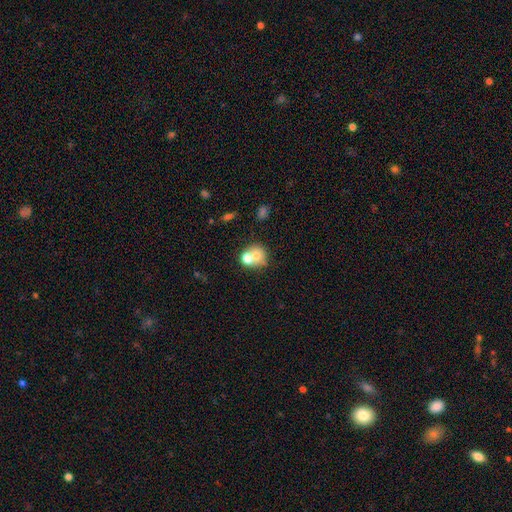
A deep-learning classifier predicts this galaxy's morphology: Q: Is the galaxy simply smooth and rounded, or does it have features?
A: smooth — 68%.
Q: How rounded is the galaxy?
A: round — 74%.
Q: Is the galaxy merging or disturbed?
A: merger — 49%.